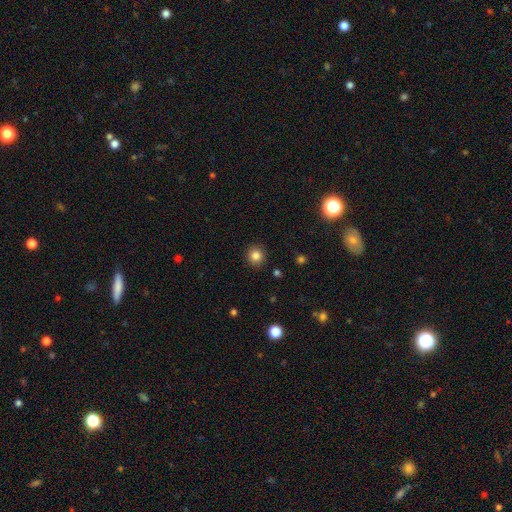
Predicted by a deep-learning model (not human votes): Q: Smooth or featured?
A: smooth (83%); runner-up: star or artifact (12%)
Q: How rounded?
A: round (90%); runner-up: in between (9%)
Q: Merging?
A: none (91%); runner-up: minor disturbance (6%)